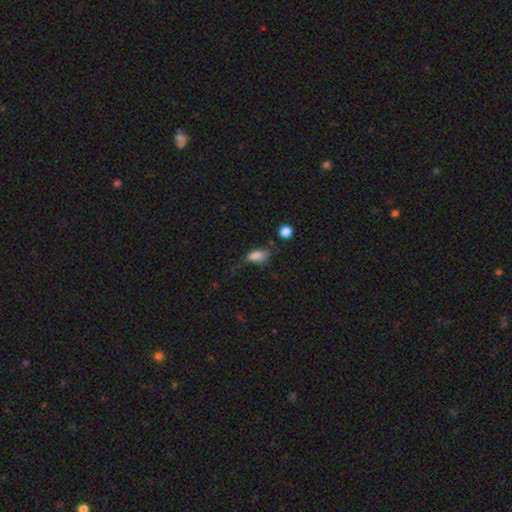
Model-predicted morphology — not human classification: A smooth galaxy with no disk features (74%) that is in between round and cigar-shaped (80%). Merging: none (33%).